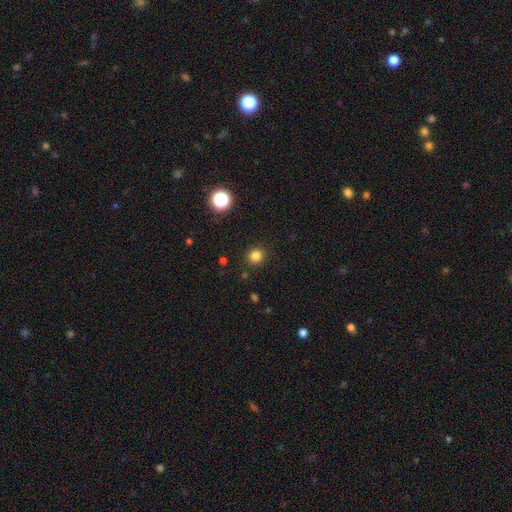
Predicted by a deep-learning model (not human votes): Smooth or featured? smooth (82%)
How rounded? round (86%)
Merging? none (90%)